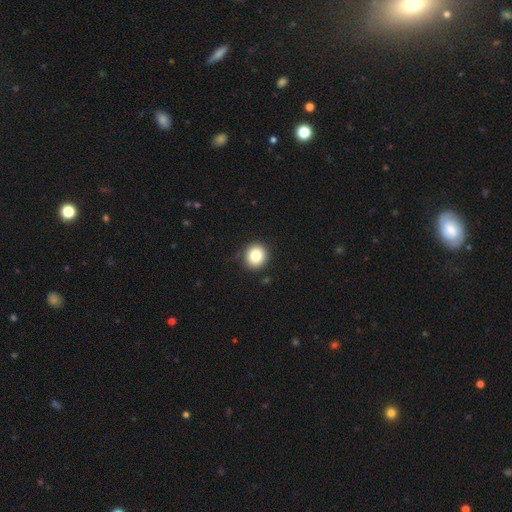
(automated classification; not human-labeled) A smooth galaxy with no disk features (82%) that is round (90%). Merging: none (89%).